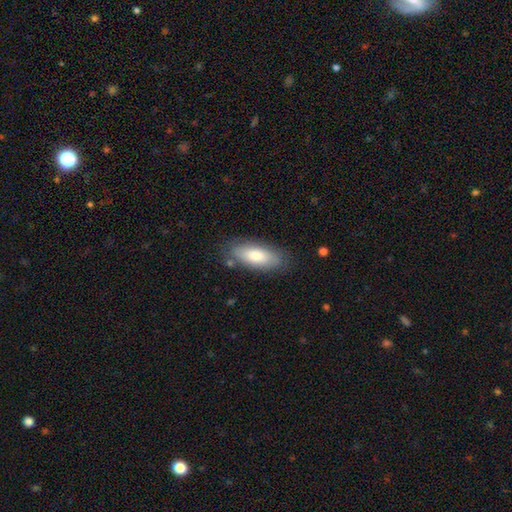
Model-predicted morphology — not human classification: Overall: smooth (72%). How rounded: in between (79%). Merging: none (79%).